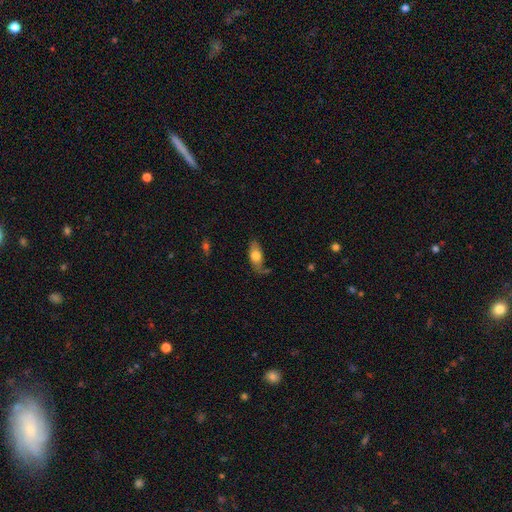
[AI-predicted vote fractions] Morphology: type=smooth (65%); roundness=in between (84%); merging=none (51%).